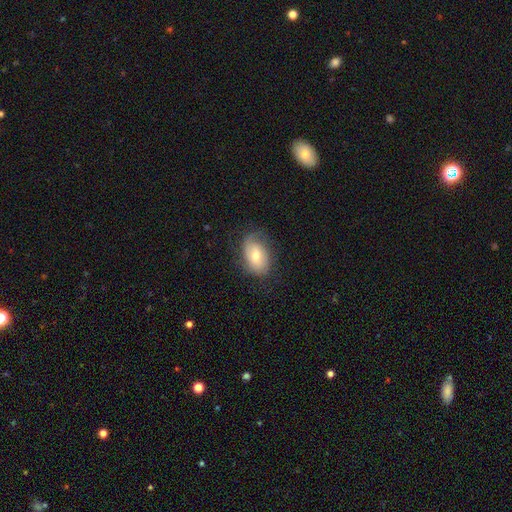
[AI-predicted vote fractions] This is possibly a smooth galaxy (57%). How rounded: clearly in between (85%). Merging: likely none (67%).